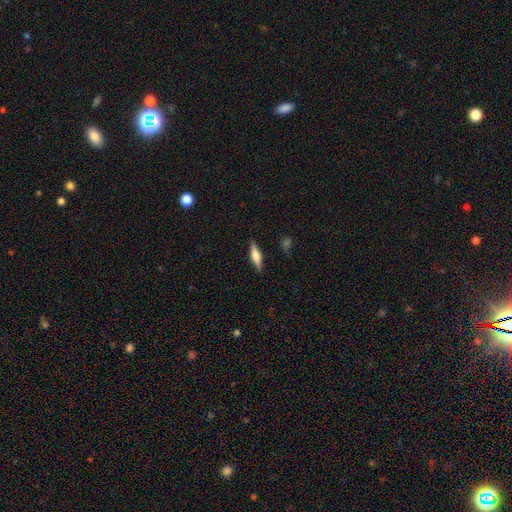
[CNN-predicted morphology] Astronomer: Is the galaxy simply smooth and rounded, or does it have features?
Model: smooth — 50% (runner-up: featured or disk, 43%).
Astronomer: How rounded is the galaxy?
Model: cigar-shaped — 66%.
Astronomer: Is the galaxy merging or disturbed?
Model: none — 86%.